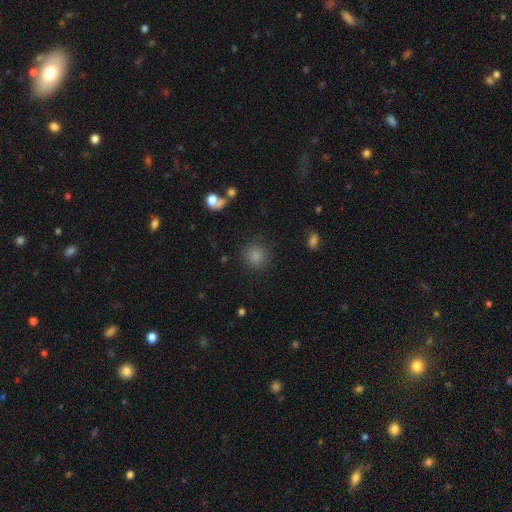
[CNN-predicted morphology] This appears to be a smooth galaxy with no disk features (84%) that is round (91%). Merging: none (87%).